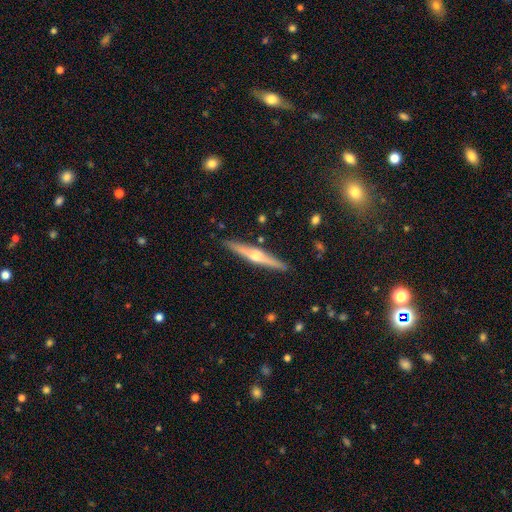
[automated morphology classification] smooth-or-featured: featured or disk: 70% | smooth: 24% | star or artifact: 6%
  disk-edge-on: yes: 98% | no: 2%
    edge-on-bulge: rounded: 90% | none: 5% | boxy: 5%
  merging: none: 90% | minor disturbance: 7% | merger: 2% | major disturbance: 1%